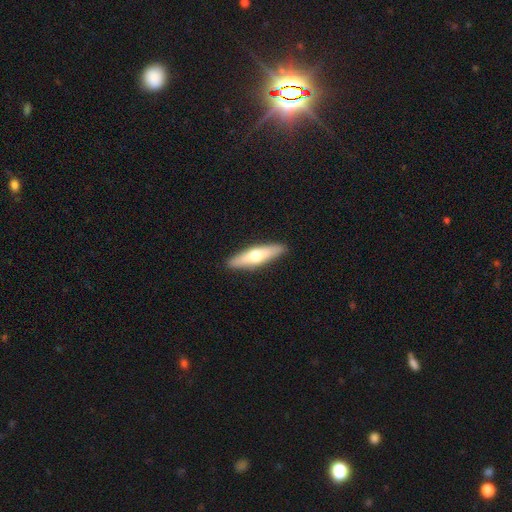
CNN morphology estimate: smooth-or-featured: smooth: 55% | featured or disk: 40% | star or artifact: 5%
  how-rounded: cigar-shaped: 68% | in between: 30% | round: 2%
  merging: none: 90% | minor disturbance: 8% | major disturbance: 2% | merger: 1%